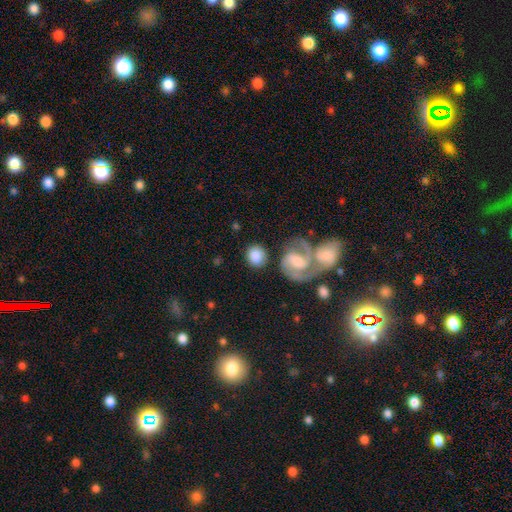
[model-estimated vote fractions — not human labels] Morphology: type=smooth (76%); roundness=round (76%); merging=none (67%).